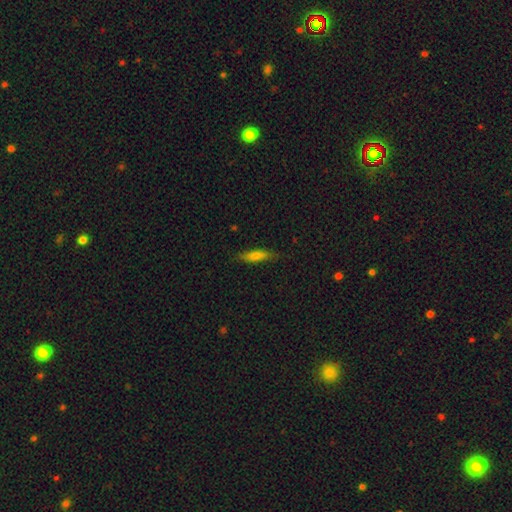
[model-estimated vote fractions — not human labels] This is likely a smooth galaxy (73%). How rounded: likely cigar-shaped (72%). Merging: likely none (80%).